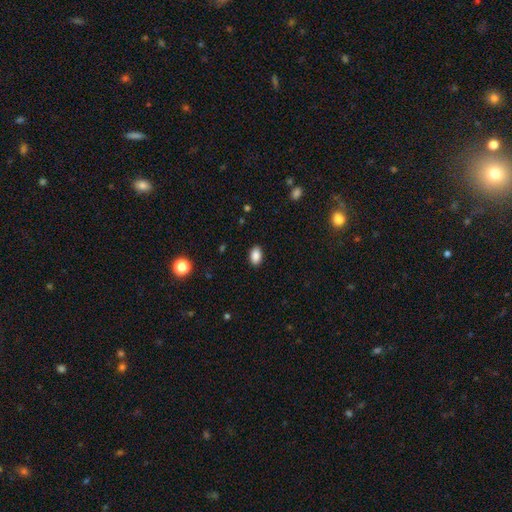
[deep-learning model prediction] Smooth or featured: smooth — 88% (star or artifact — 9%)
How rounded: in between — 90% (round — 9%)
Merging: none — 88% (minor disturbance — 8%)